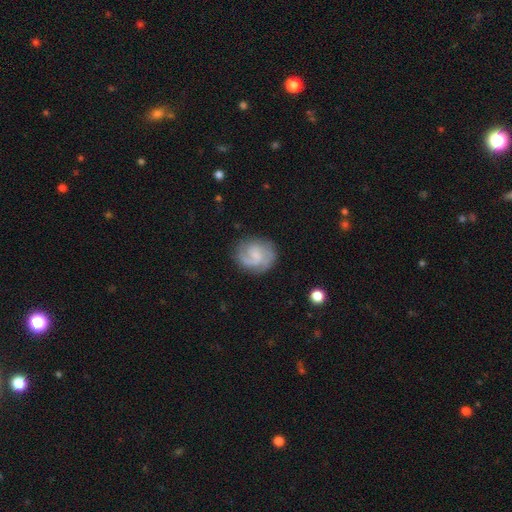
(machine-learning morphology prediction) A featured or disk galaxy (71%) with no bar (48%), 2 (55%) medium (46%) spiral arms (94%) and a small central bulge (40%).

Vote fractions:
- Smooth or featured? featured or disk: 71% / smooth: 22% / star or artifact: 6%
- Edge-on disk? no: 98% / yes: 2%
- Bar? no: 48% / weak: 45% / strong: 7%
- Spiral arms? yes: 94% / no: 6%
- Spiral winding? medium: 46% / tight: 34% / loose: 20%
- Spiral arm count? 2: 55% / 1: 15% / can't tell: 14% / 3: 11% / 4: 2% / more than 4: 2%
- Bulge size? small: 40% / none: 36% / moderate: 19% / large: 3% / dominant: 1%
- Merging? none: 76% / minor disturbance: 15% / major disturbance: 8% / merger: 2%